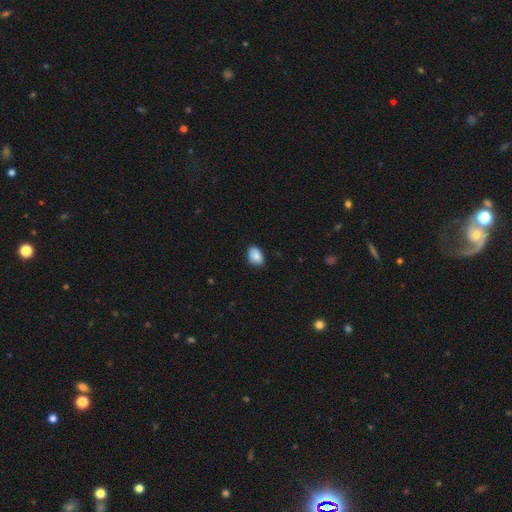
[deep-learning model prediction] This is clearly a smooth galaxy (86%). How rounded: likely in between (74%). Merging: likely none (79%).